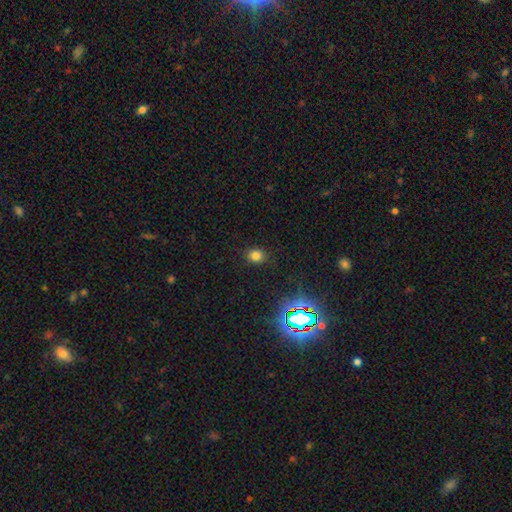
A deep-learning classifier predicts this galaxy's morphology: Smooth or featured: smooth — 77% (star or artifact — 18%)
How rounded: round — 71% (in between — 28%)
Merging: none — 87% (minor disturbance — 9%)